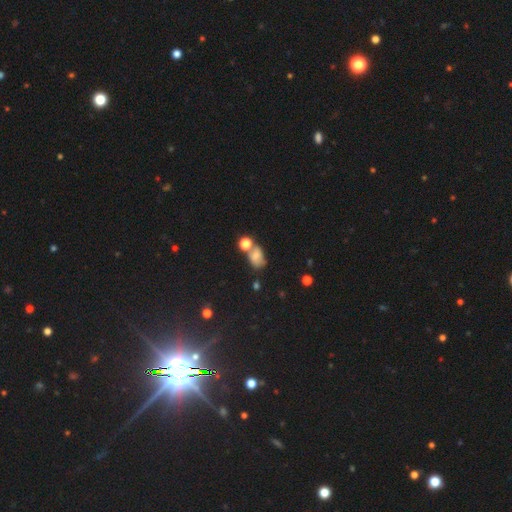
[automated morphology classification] smooth-or-featured: smooth: 65% | featured or disk: 18% | star or artifact: 17%
  how-rounded: in between: 74% | round: 24% | cigar-shaped: 2%
  merging: none: 40% | merger: 31% | minor disturbance: 19% | major disturbance: 9%